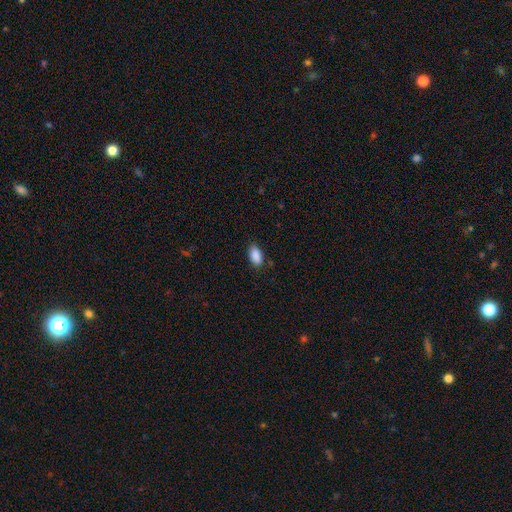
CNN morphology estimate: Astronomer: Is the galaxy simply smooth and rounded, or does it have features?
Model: smooth — 90%.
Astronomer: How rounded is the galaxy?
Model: in between — 93%.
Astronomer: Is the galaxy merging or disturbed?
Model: none — 84%.